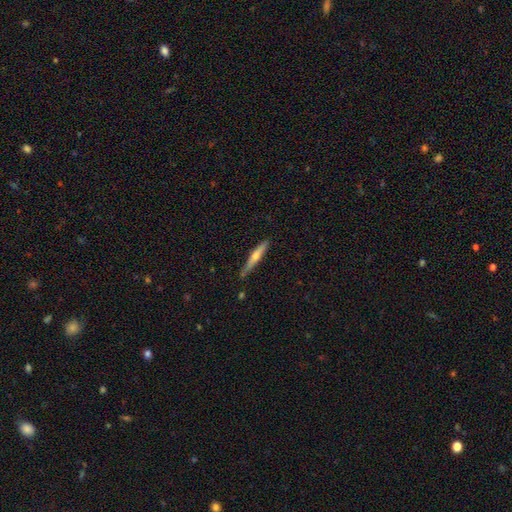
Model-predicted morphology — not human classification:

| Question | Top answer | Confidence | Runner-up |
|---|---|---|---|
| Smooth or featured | featured or disk | 58% | smooth (36%) |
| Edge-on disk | yes | 96% | no (4%) |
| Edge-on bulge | rounded | 87% | none (10%) |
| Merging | none | 82% | minor disturbance (13%) |